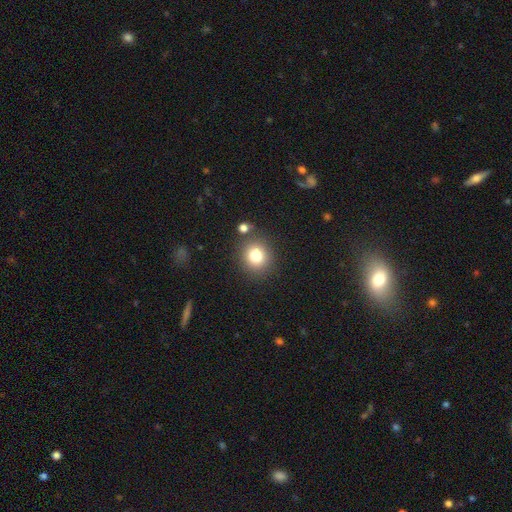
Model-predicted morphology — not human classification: type=smooth (80%); roundness=round (87%); merging=none (82%).